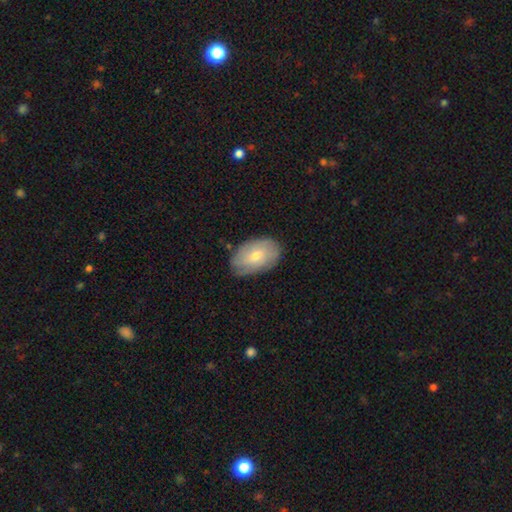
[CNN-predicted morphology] smooth_or_featured: smooth (p=0.52) [alt: featured or disk p=0.41]
how_rounded: in between (p=0.90) [alt: round p=0.08]
merging: none (p=0.77) [alt: minor disturbance p=0.18]